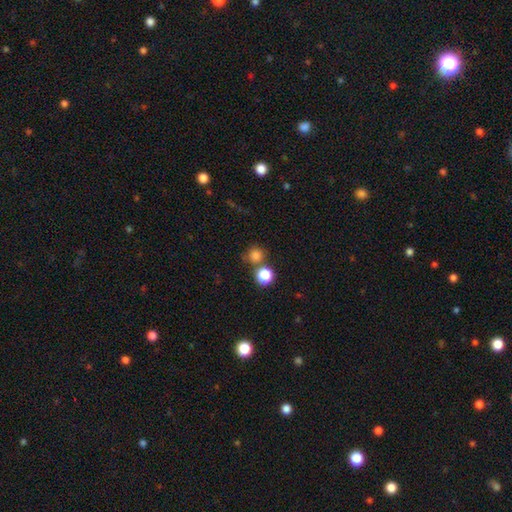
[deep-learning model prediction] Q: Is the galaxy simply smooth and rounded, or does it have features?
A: smooth — 79%.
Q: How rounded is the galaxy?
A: round — 91%.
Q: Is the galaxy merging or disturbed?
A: none — 67%.